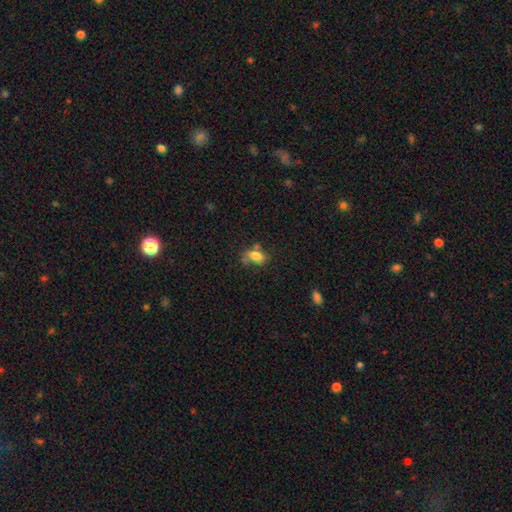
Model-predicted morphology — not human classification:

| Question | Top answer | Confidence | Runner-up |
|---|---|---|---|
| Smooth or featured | smooth | 75% | featured or disk (15%) |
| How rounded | in between | 80% | round (16%) |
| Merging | none | 46% | minor disturbance (25%) |